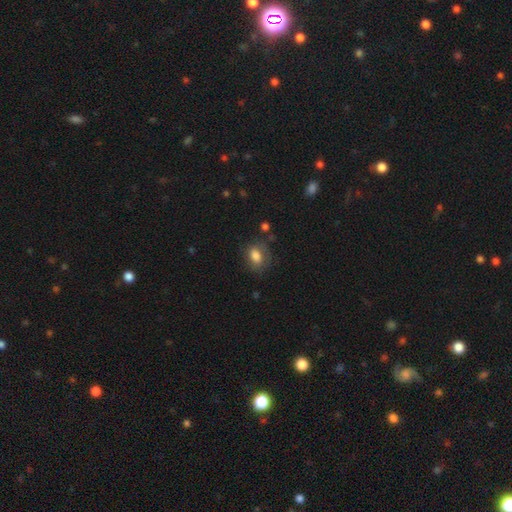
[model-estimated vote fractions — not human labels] A smooth galaxy with no disk features (77%) that is in between round and cigar-shaped (74%).

Vote fractions:
- Smooth or featured? smooth: 77% / featured or disk: 14% / star or artifact: 9%
- How rounded? in between: 74% / round: 25% / cigar-shaped: 2%
- Merging? none: 62% / minor disturbance: 23% / major disturbance: 12% / merger: 3%